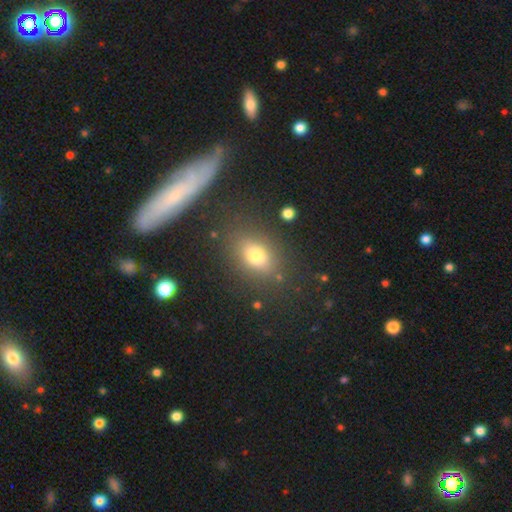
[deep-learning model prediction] This appears to be a smooth galaxy with no disk features (75%) that is in between round and cigar-shaped (59%). Merging: none (82%).